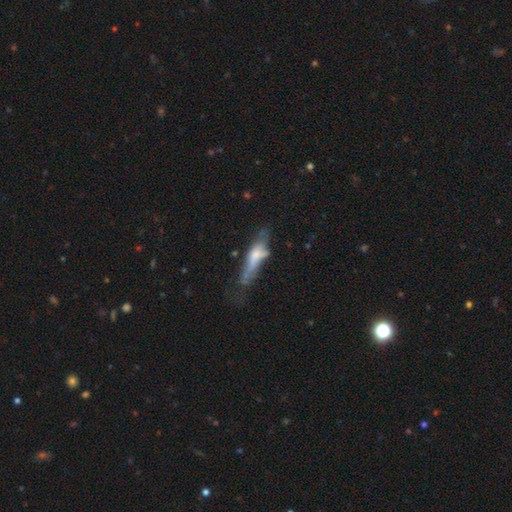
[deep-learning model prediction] Morphology: type=smooth (48%); merging=none (31%).